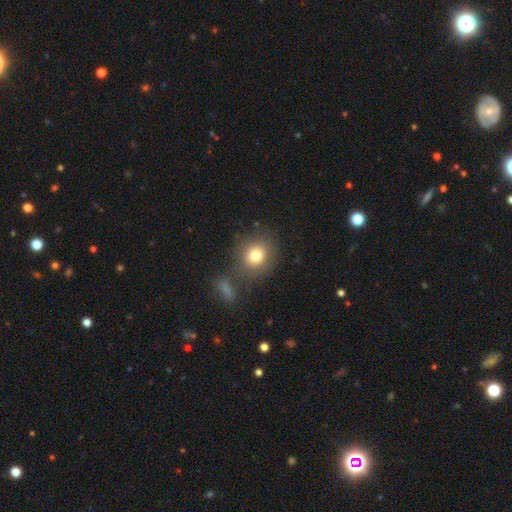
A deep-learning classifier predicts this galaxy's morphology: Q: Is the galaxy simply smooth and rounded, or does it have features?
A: smooth — 79%.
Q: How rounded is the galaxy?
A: round — 80%.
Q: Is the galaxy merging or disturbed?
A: none — 69%.